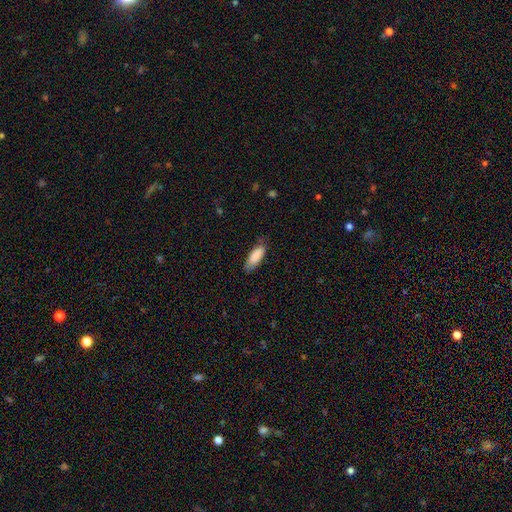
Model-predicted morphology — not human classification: The model was most divided on "how rounded": in between: 68%, cigar-shaped: 31%, round: 1%. More confident: smooth or featured — smooth (87%); merging — none (73%).